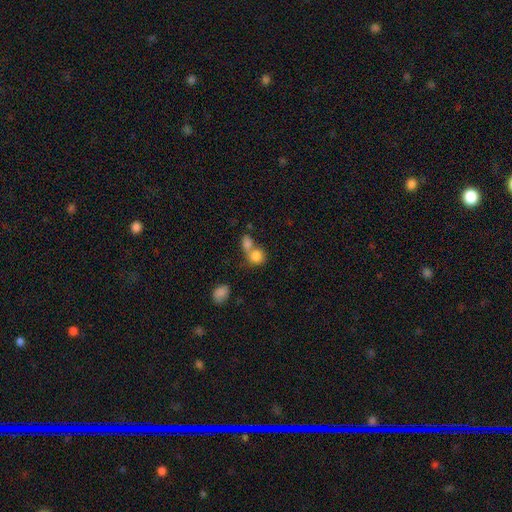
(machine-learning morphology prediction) smooth 82%, star or artifact 9%, featured or disk 9%. Down the decision tree: how rounded — round (70%); merging — merger (58%).